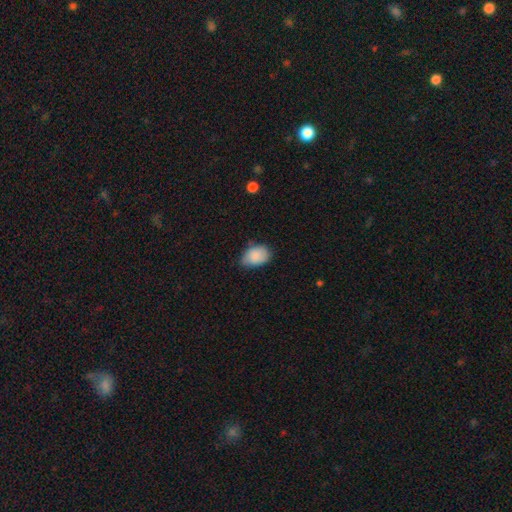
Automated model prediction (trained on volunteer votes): A smooth galaxy with no disk features (85%) that is in between round and cigar-shaped (83%).

Vote fractions:
- Smooth or featured? smooth: 85% / featured or disk: 8% / star or artifact: 7%
- How rounded? in between: 83% / round: 15% / cigar-shaped: 1%
- Merging? none: 61% / minor disturbance: 32% / major disturbance: 5% / merger: 2%